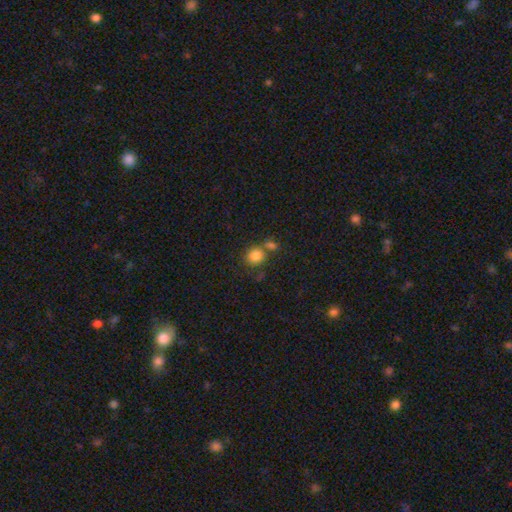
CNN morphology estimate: This appears to be a smooth galaxy with no disk features (84%) that is round (80%). Merging: none (57%).